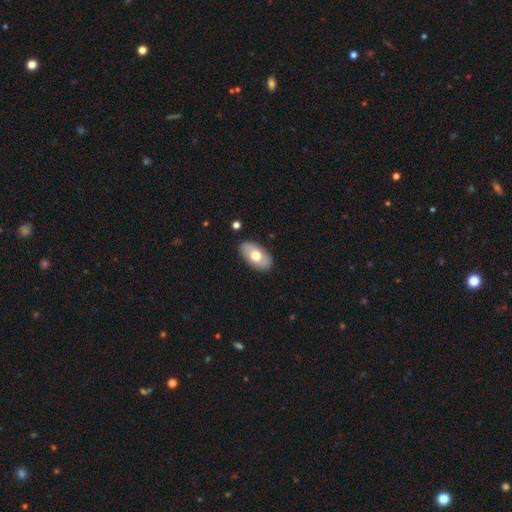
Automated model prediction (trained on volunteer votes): Smooth or featured? smooth (65%)
How rounded? in between (93%)
Merging? none (85%)